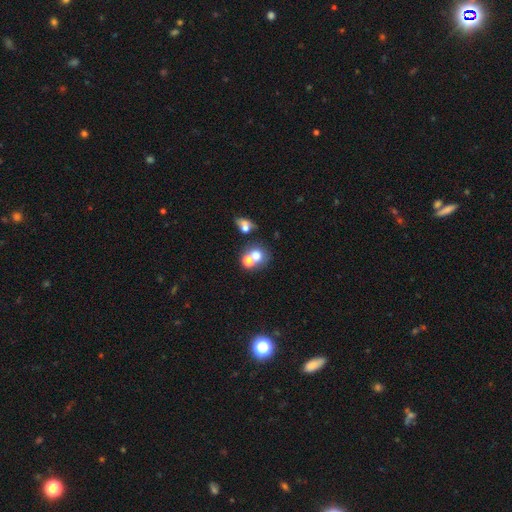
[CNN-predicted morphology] Smooth or featured? smooth (67%)
How rounded? round (70%)
Merging? merger (50%)